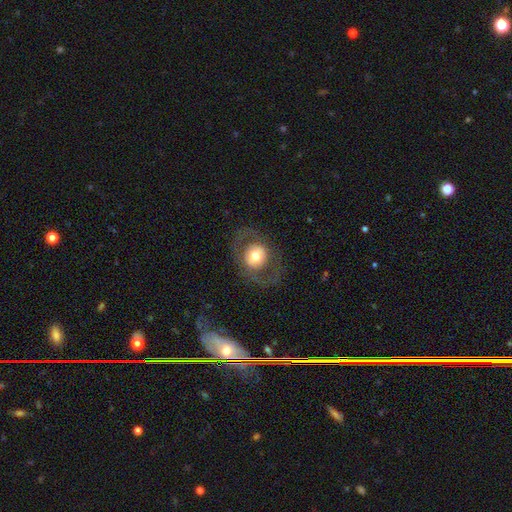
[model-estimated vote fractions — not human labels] Overall: smooth (48%; featured or disk 45%). Merging: none (75%).